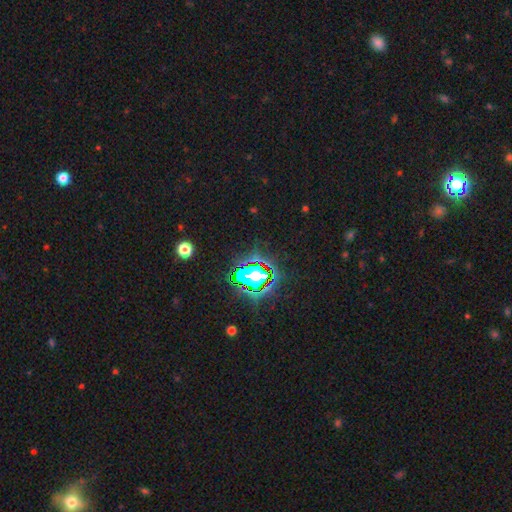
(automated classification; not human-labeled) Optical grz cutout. It shows a star or artifact, not a galaxy (81%).